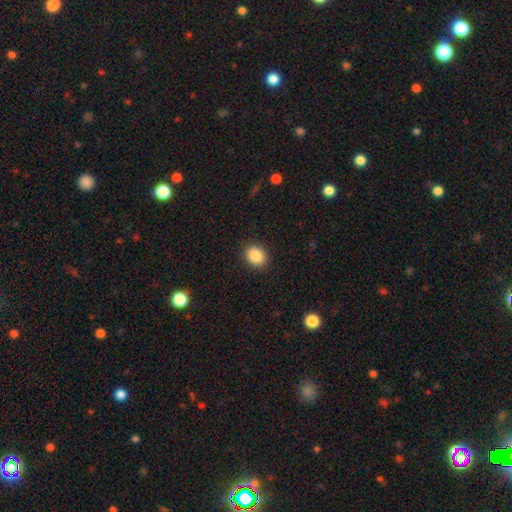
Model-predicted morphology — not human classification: This appears to be a smooth galaxy with no disk features (88%) that is in between round and cigar-shaped (56%). Merging: none (89%).